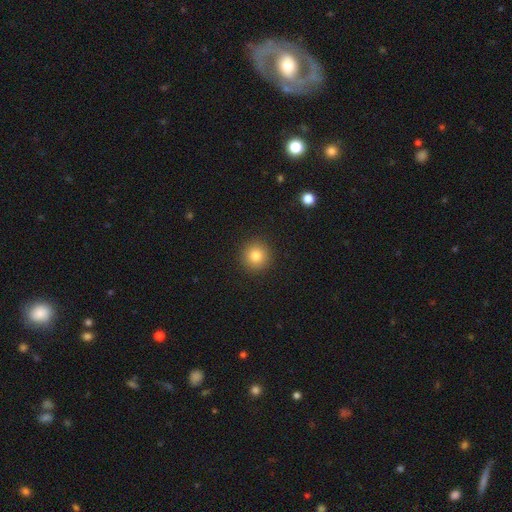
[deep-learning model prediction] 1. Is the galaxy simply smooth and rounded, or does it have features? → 82% smooth, 11% star or artifact, 7% featured or disk.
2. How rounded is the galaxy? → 95% round, 4% in between, 1% cigar-shaped.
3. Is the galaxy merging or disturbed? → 92% none, 5% minor disturbance, 2% major disturbance, 1% merger.